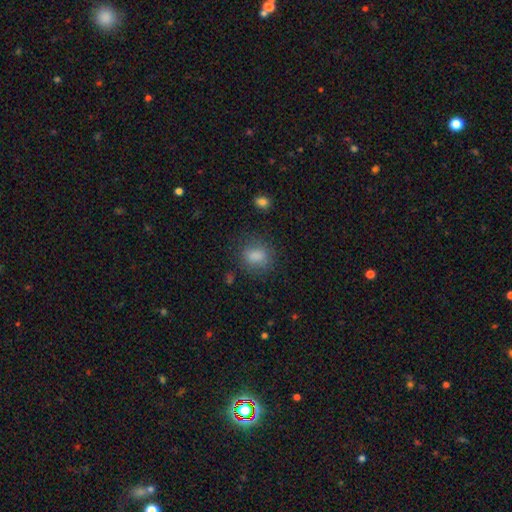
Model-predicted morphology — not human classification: Smooth or featured? Predicted: smooth (p=0.80). How rounded? Predicted: round (p=0.53). Merging? Predicted: none (p=0.77).